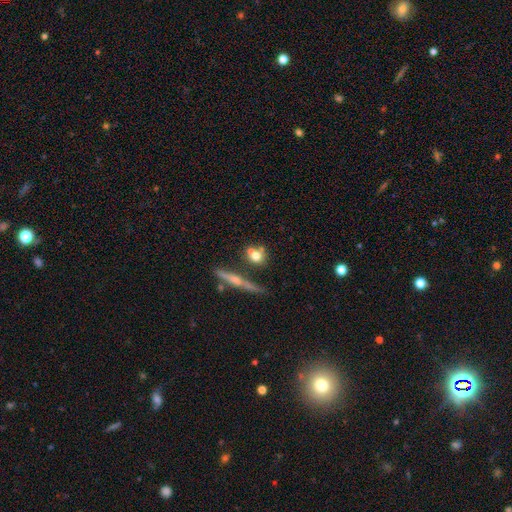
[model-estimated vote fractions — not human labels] smooth_or_featured: smooth (p=0.64) [alt: featured or disk p=0.25]
how_rounded: round (p=0.74) [alt: in between p=0.17]
merging: none (p=0.54) [alt: merger p=0.28]